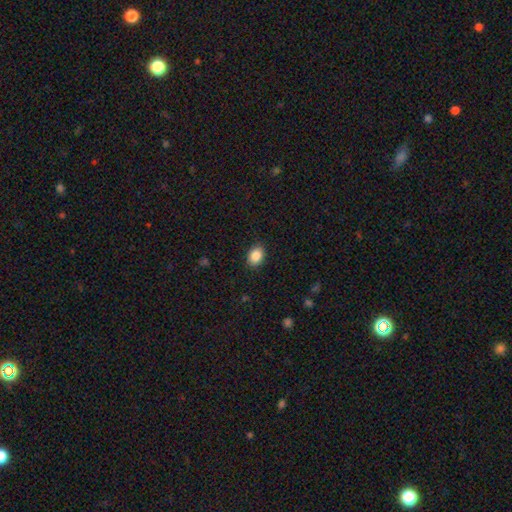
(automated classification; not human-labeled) Overall: smooth (88%). How rounded: in between (71%). Merging: none (88%).